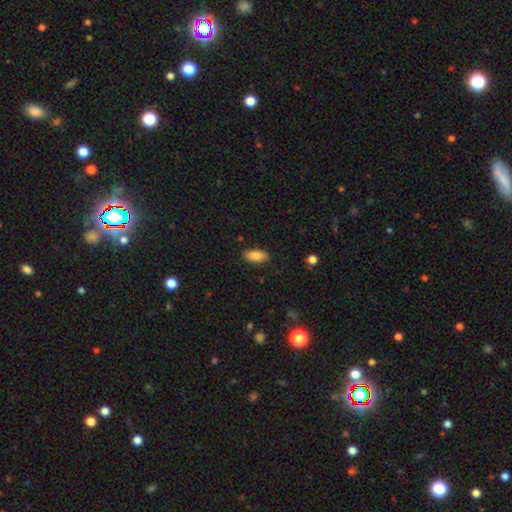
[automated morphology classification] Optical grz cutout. It shows a smooth galaxy with no disk features (85%) that is in between round and cigar-shaped (89%). Merging: none (86%).